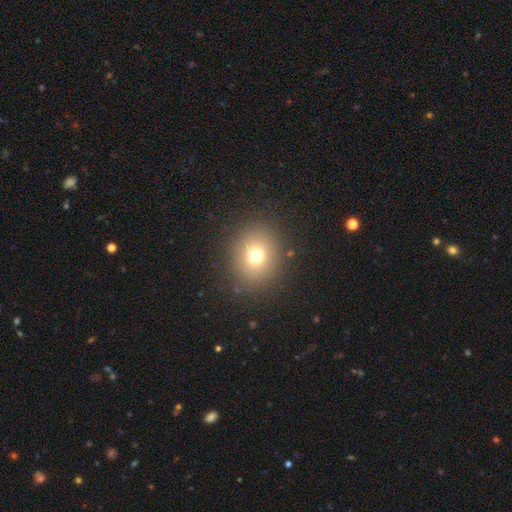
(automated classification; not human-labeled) Smooth or featured: smooth — 72% (star or artifact — 17%)
How rounded: round — 76% (in between — 23%)
Merging: none — 87% (minor disturbance — 8%)